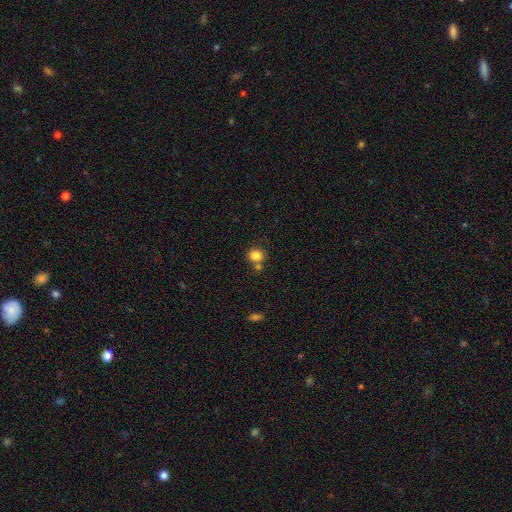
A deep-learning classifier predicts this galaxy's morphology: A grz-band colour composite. It shows a smooth galaxy with no disk features (83%) that is round (69%). Merging: none (67%).